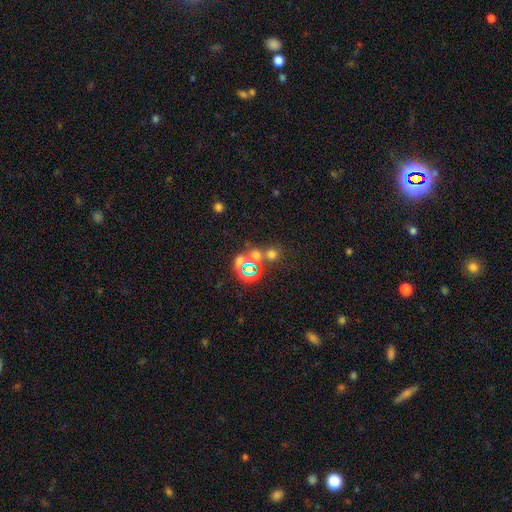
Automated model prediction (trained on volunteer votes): Smooth or featured?
  - star or artifact: 48% *
  - smooth: 39%
  - featured or disk: 12%